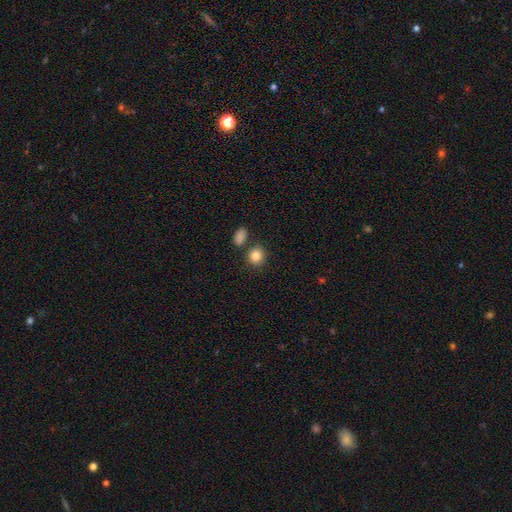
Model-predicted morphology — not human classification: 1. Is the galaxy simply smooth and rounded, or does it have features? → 85% smooth, 9% star or artifact, 5% featured or disk.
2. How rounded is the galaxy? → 79% round, 20% in between, 1% cigar-shaped.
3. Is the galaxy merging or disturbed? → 77% none, 10% merger, 10% minor disturbance, 3% major disturbance.